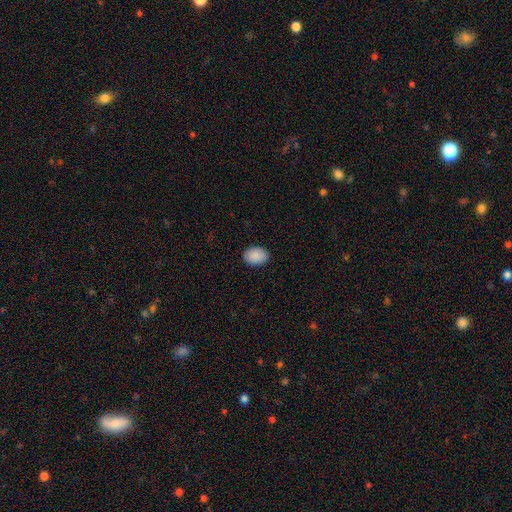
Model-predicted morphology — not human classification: This appears to be a smooth galaxy with no disk features (91%) that is in between round and cigar-shaped (81%). Merging: none (90%).